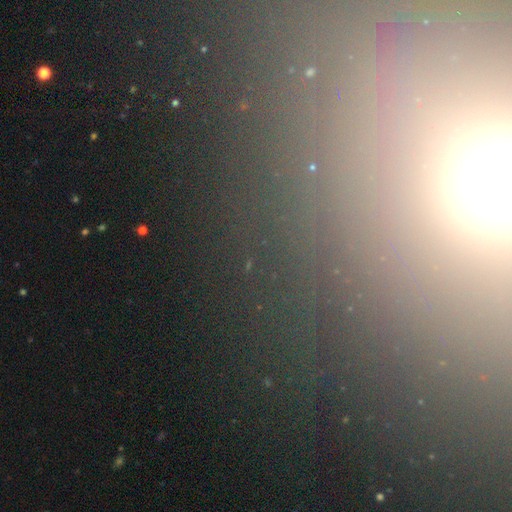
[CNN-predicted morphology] The model was most divided on "smooth or featured": star or artifact: 66%, smooth: 20%, featured or disk: 14%.